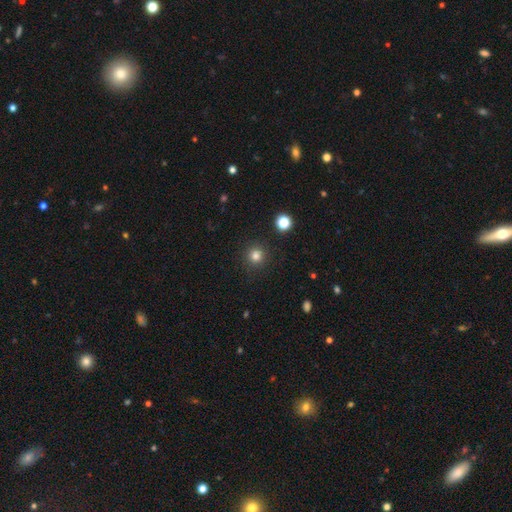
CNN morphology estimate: Smooth or featured: smooth — 81% (star or artifact — 14%)
How rounded: round — 95% (in between — 4%)
Merging: none — 90% (minor disturbance — 6%)